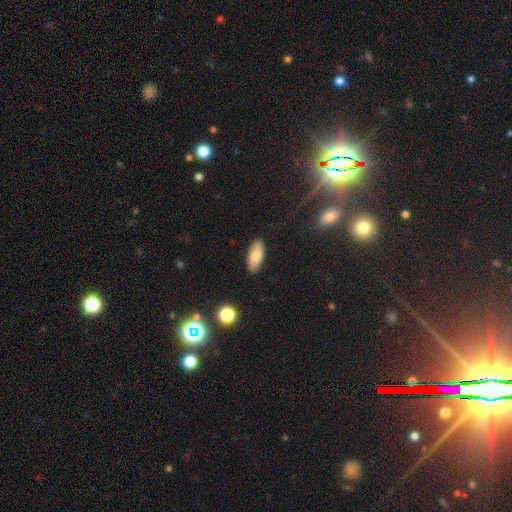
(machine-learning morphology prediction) Smooth or featured?
  - smooth: 77% *
  - featured or disk: 16%
  - star or artifact: 7%
How rounded?
  - in between: 83% *
  - cigar-shaped: 15%
  - round: 3%
Merging?
  - none: 88% *
  - minor disturbance: 9%
  - major disturbance: 2%
  - merger: 1%